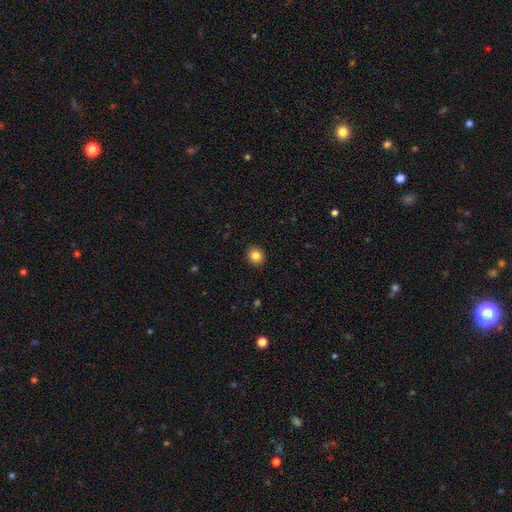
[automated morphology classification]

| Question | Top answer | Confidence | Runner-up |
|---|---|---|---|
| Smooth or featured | smooth | 85% | star or artifact (10%) |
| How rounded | round | 81% | in between (18%) |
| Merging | none | 92% | minor disturbance (6%) |